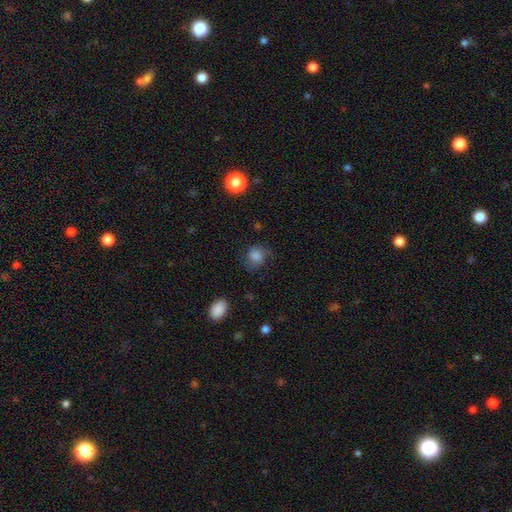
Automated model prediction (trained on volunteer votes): Smooth or featured? Predicted: smooth (p=0.79). How rounded? Predicted: round (p=0.77). Merging? Predicted: none (p=0.66).